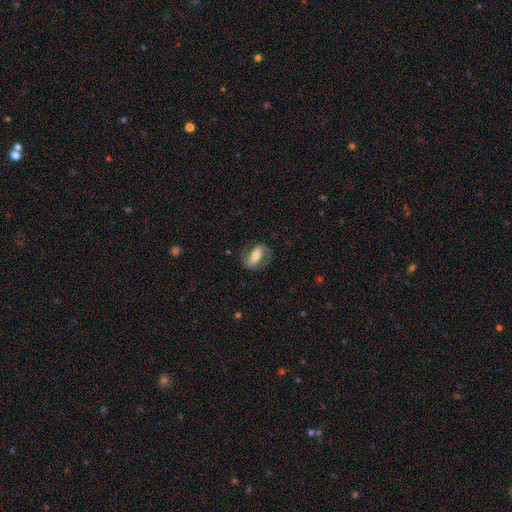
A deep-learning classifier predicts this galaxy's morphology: smooth-or-featured: featured or disk: 51% | smooth: 42% | star or artifact: 7%
  disk-edge-on: no: 90% | yes: 10%
  merging: none: 72% | minor disturbance: 17% | major disturbance: 9% | merger: 1%